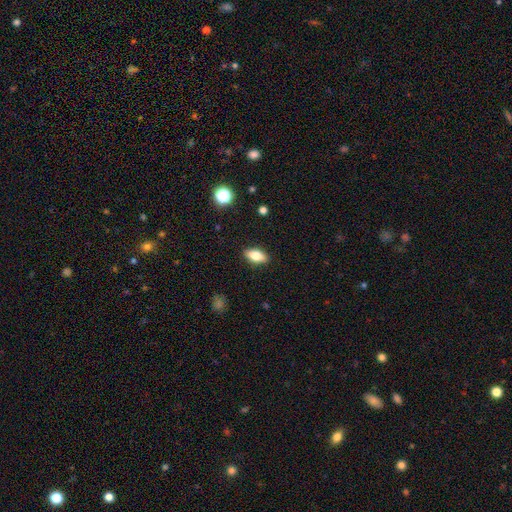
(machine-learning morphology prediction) type=smooth (78%); roundness=in between (86%); merging=none (89%).